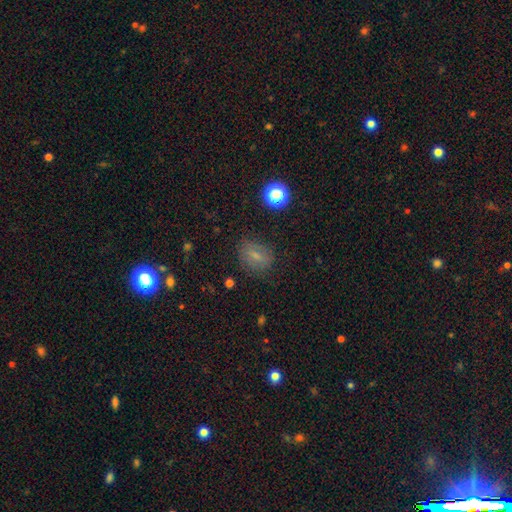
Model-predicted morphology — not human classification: A smooth galaxy with no disk features (67%) that is in between round and cigar-shaped (61%).

Vote fractions:
- Smooth or featured? smooth: 67% / star or artifact: 18% / featured or disk: 15%
- How rounded? in between: 61% / round: 36% / cigar-shaped: 3%
- Merging? none: 79% / minor disturbance: 14% / major disturbance: 5% / merger: 2%